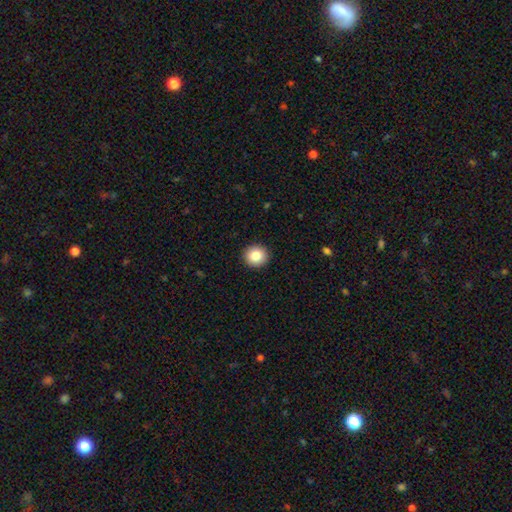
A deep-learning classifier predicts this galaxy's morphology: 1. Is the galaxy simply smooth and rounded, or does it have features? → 84% smooth, 9% star or artifact, 7% featured or disk.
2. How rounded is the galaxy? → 92% round, 8% in between, 1% cigar-shaped.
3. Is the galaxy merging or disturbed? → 93% none, 5% minor disturbance, 1% major disturbance, 1% merger.